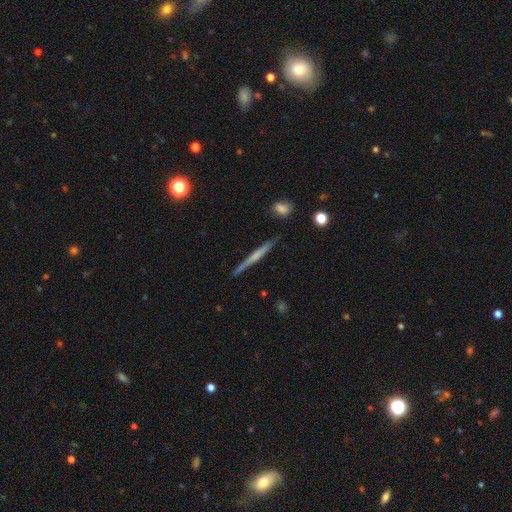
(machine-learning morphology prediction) This is possibly a featured or disk galaxy (56%). It is clearly viewed edge-on (97%). Edge-on bulge: likely none (62%). Merging: clearly none (87%).